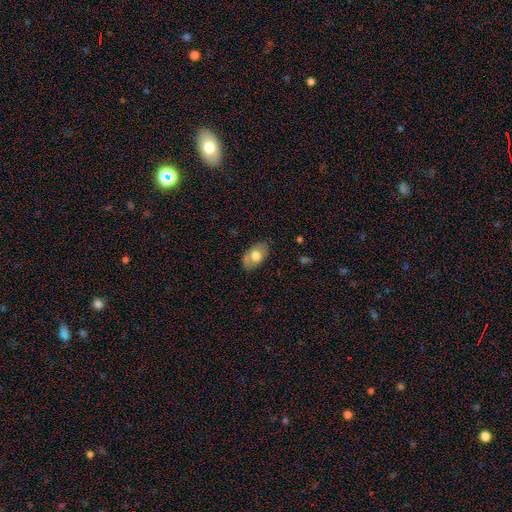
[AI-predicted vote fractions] Smooth or featured? Predicted: smooth (p=0.68). How rounded? Predicted: in between (p=0.91). Merging? Predicted: none (p=0.77).